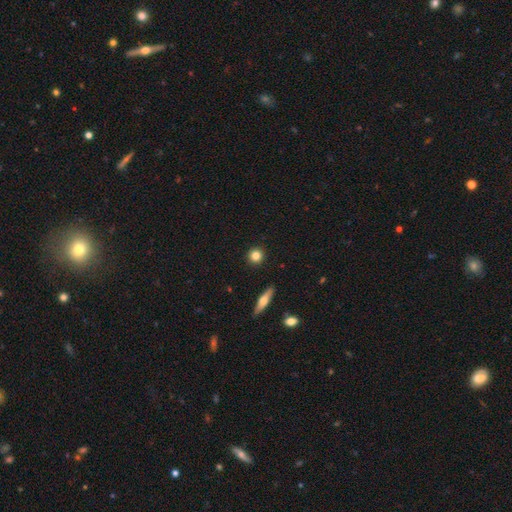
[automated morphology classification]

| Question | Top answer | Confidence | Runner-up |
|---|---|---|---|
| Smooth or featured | smooth | 81% | star or artifact (9%) |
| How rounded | round | 93% | in between (6%) |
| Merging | none | 92% | minor disturbance (5%) |